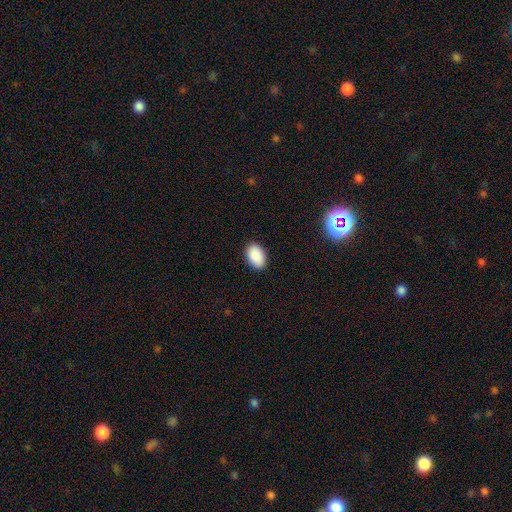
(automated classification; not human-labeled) smooth 90%, star or artifact 7%, featured or disk 3%. Down the decision tree: how rounded — in between (91%); merging — none (89%).